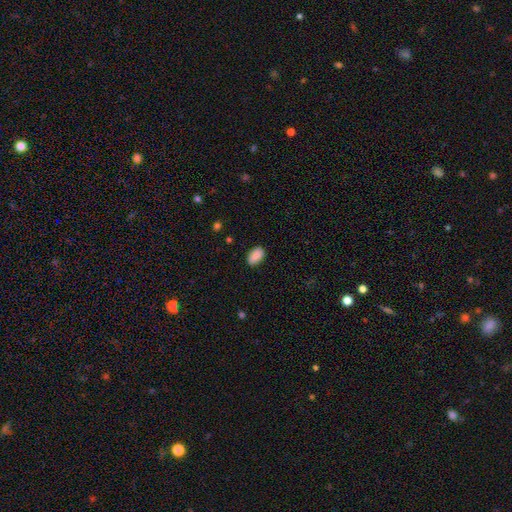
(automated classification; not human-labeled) This appears to be a smooth galaxy with no disk features (89%) that is in between round and cigar-shaped (92%). Merging: none (85%).